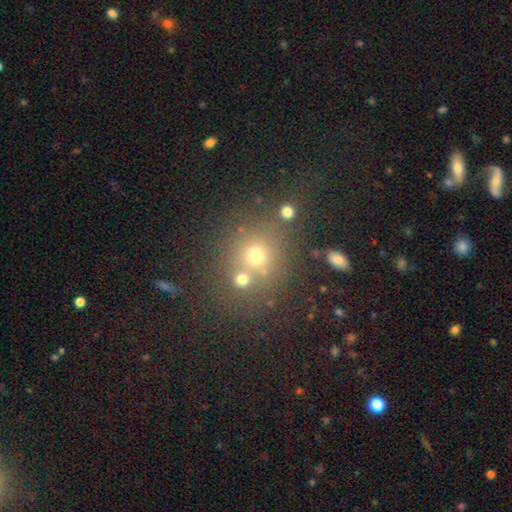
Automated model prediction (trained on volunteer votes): smooth_or_featured: smooth (p=0.58) [alt: star or artifact p=0.27]
how_rounded: round (p=0.81) [alt: in between p=0.17]
merging: none (p=0.59) [alt: merger p=0.27]